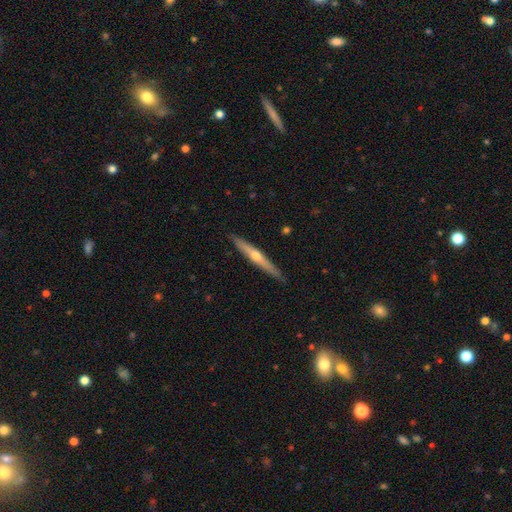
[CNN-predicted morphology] Q: Smooth or featured?
A: featured or disk (66%); runner-up: smooth (28%)
Q: Edge-on disk?
A: yes (97%); runner-up: no (3%)
Q: Edge-on bulge?
A: rounded (86%); runner-up: none (12%)
Q: Merging?
A: none (90%); runner-up: minor disturbance (8%)